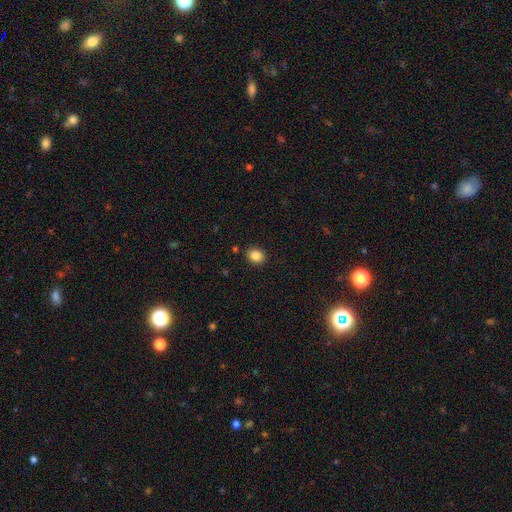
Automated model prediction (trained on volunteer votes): Smooth or featured? Predicted: smooth (p=0.86). How rounded? Predicted: round (p=0.66). Merging? Predicted: none (p=0.90).